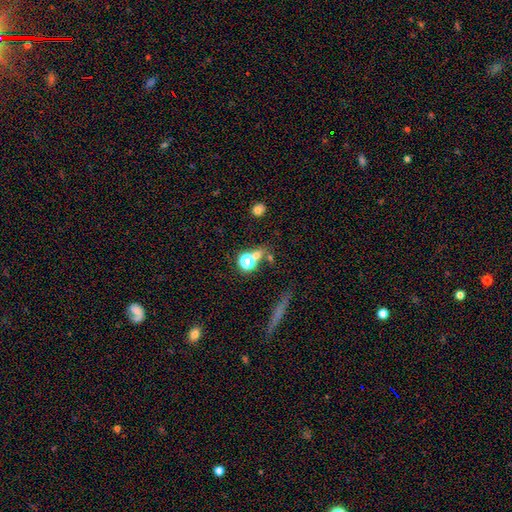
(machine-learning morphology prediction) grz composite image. It shows a smooth galaxy with no disk features (58%) that is round (72%). Merging: none (59%).